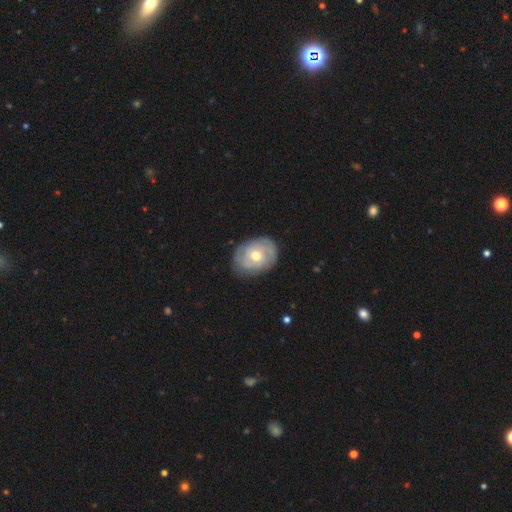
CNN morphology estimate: Smooth or featured: featured or disk — 66% (smooth — 28%)
Edge-on disk: no — 96% (yes — 4%)
Bar: no — 76% (weak — 20%)
Spiral arms: yes — 76% (no — 24%)
Bulge size: moderate — 73% (small — 22%)
Merging: none — 79% (minor disturbance — 16%)